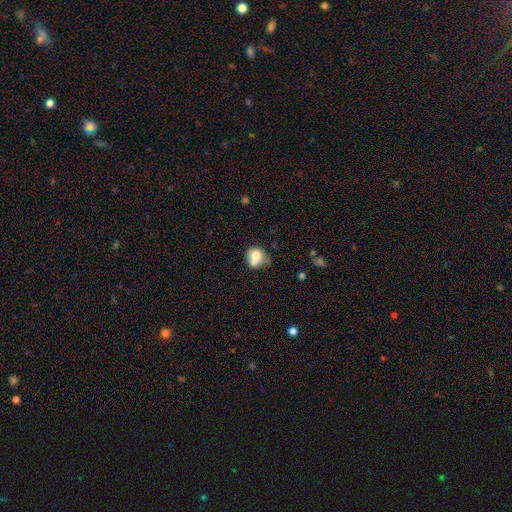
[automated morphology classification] smooth 76%, featured or disk 14%, star or artifact 9%. Down the decision tree: how rounded — round (75%); merging — none (45%).